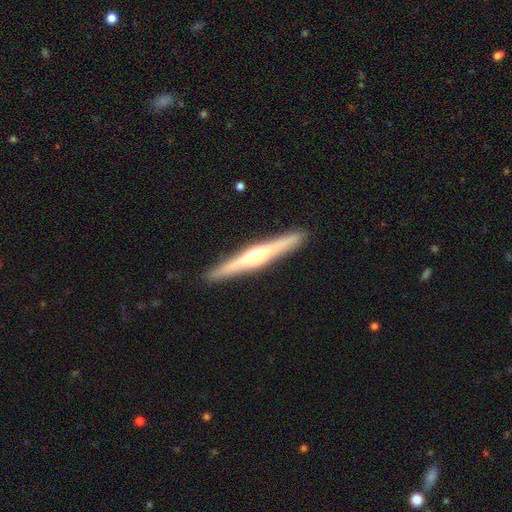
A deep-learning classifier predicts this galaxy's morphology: A featured or disk galaxy (74%) viewed edge-on (98%) with a rounded central bulge (88%). Merging: none (92%).